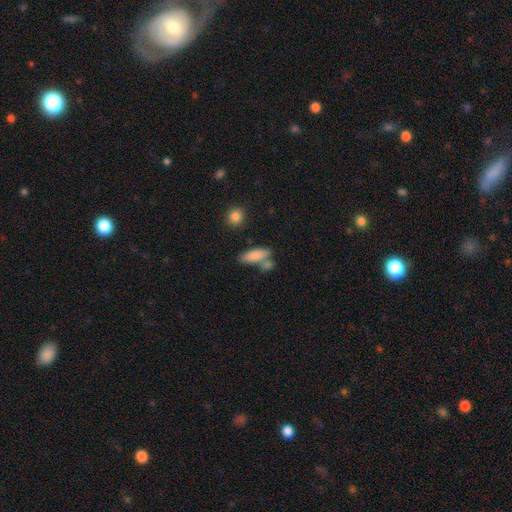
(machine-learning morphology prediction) smooth-or-featured: smooth: 81% | featured or disk: 11% | star or artifact: 8%
  how-rounded: in between: 64% | cigar-shaped: 33% | round: 3%
  merging: none: 53% | merger: 27% | minor disturbance: 15% | major disturbance: 6%